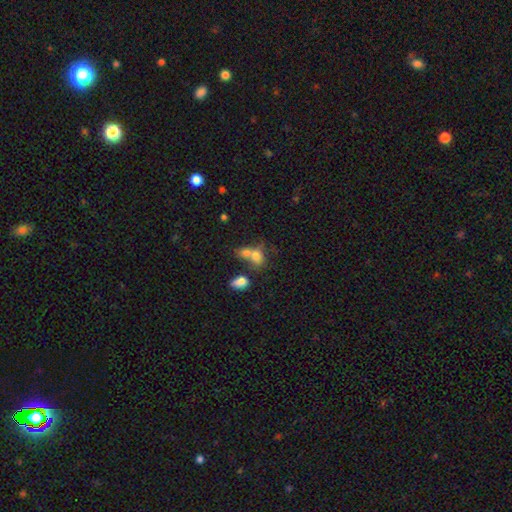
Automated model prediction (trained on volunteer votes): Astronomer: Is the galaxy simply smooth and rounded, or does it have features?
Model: smooth — 73%.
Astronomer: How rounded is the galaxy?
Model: in between — 55% (runner-up: round, 43%).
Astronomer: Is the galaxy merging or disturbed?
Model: merger — 53% (runner-up: none, 30%).